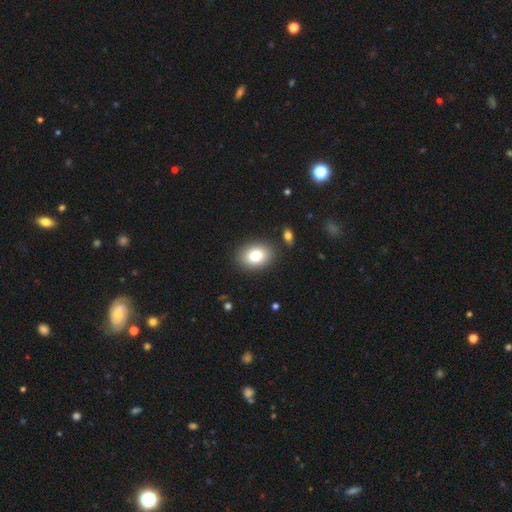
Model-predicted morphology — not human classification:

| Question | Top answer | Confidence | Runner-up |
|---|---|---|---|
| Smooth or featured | smooth | 80% | featured or disk (11%) |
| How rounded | in between | 71% | round (28%) |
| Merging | none | 87% | minor disturbance (8%) |